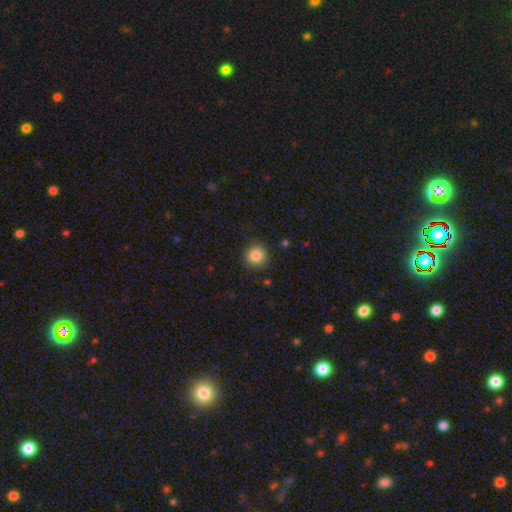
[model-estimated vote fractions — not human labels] Smooth or featured? smooth (85%)
How rounded? round (92%)
Merging? none (85%)